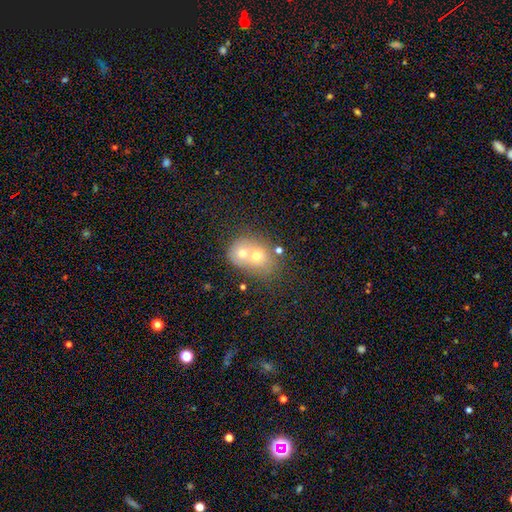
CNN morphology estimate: A smooth galaxy with no disk features (60%) that is round (61%). Merging: merger (72%).